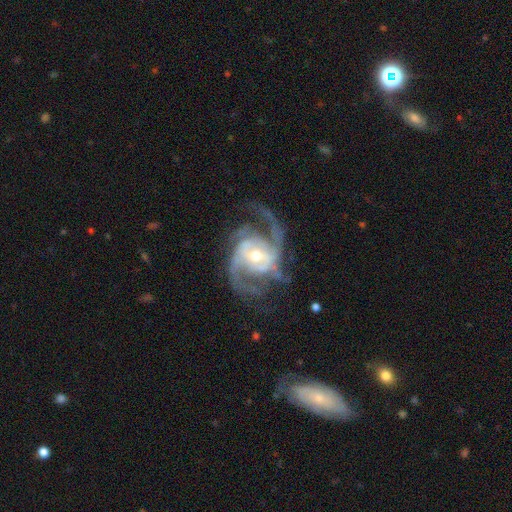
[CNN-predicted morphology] Overall: featured or disk (91%). Edge-on disk: no (97%). Bar: weak (38%, tied with no). Spiral arms: yes (97%). Spiral arm count: 2 (63%). Spiral winding: medium (52%; loose 29%). Bulge size: moderate (57%; small 37%). Merging: none (61%).